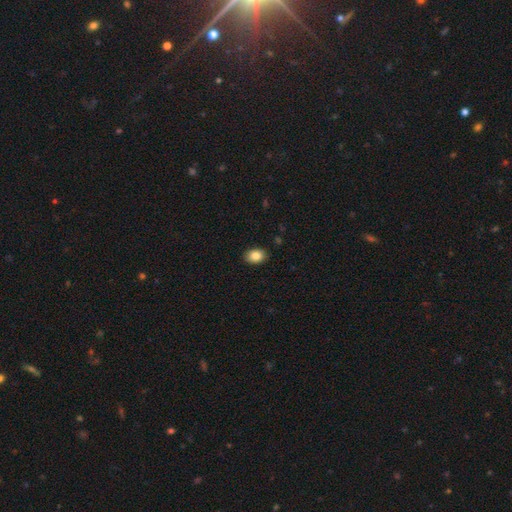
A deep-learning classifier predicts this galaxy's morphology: The model was most divided on "how rounded": in between: 76%, round: 23%, cigar-shaped: 1%. More confident: merging — none (89%); smooth or featured — smooth (85%).